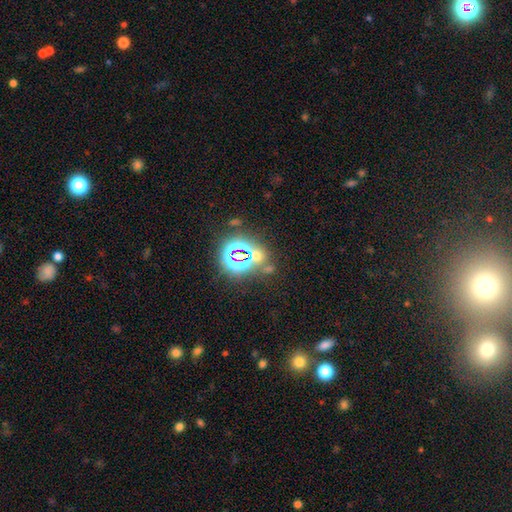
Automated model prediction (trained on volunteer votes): Overall: star or artifact (60%; smooth 31%).